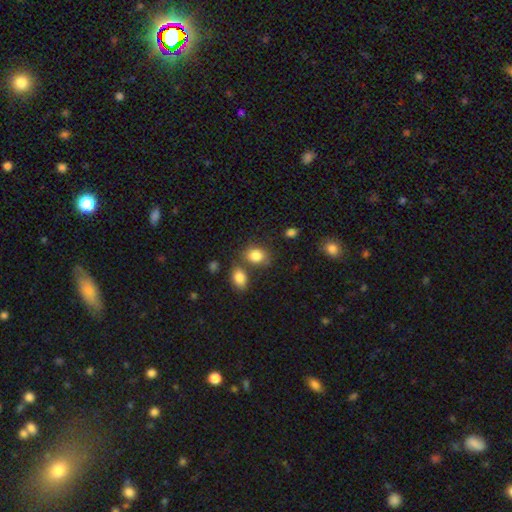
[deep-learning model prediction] A smooth galaxy with no disk features (84%) that is in between round and cigar-shaped (55%). Merging: none (60%).